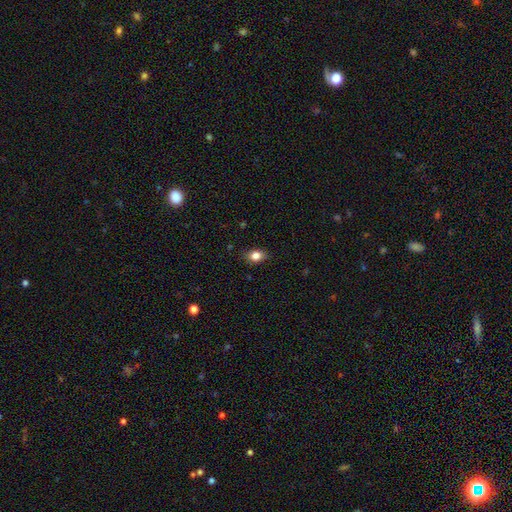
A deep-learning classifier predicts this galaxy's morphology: type=smooth (82%); roundness=in between (72%); merging=none (85%).